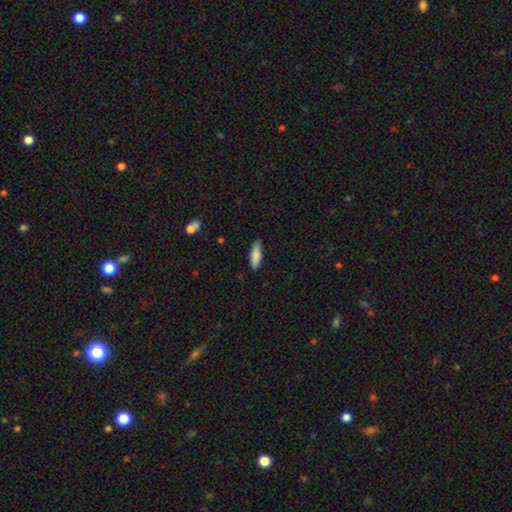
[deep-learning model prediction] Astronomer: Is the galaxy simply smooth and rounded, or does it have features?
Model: smooth — 86%.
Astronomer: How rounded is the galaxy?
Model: in between — 58% (runner-up: cigar-shaped, 40%).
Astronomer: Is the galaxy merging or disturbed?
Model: none — 82%.